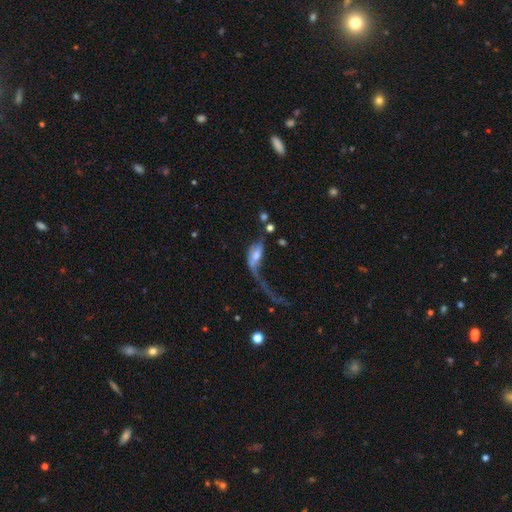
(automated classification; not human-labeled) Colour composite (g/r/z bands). It shows a featured or disk galaxy (53%). Merging: major disturbance (59%).